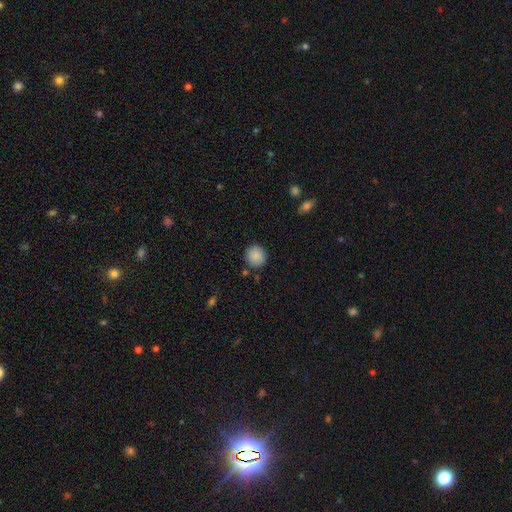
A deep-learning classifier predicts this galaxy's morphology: A smooth galaxy with no disk features (88%) that is round (93%).

Vote fractions:
- Smooth or featured? smooth: 88% / star or artifact: 8% / featured or disk: 4%
- How rounded? round: 93% / in between: 6% / cigar-shaped: 1%
- Merging? none: 88% / minor disturbance: 7% / merger: 3% / major disturbance: 2%